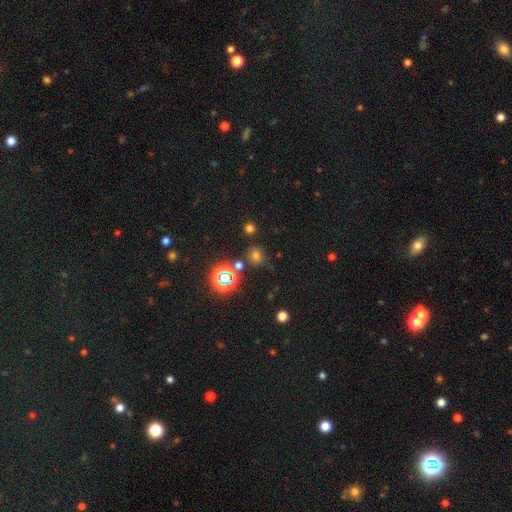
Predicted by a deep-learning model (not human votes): smooth-or-featured: smooth: 60% | star or artifact: 34% | featured or disk: 7%
  how-rounded: round: 72% | in between: 27% | cigar-shaped: 1%
  merging: none: 75% | minor disturbance: 13% | merger: 8% | major disturbance: 5%